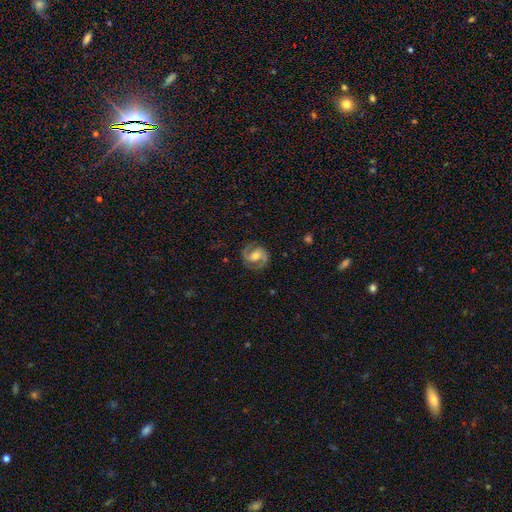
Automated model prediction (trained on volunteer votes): This appears to be a featured or disk galaxy (83%) with a weak bar (42%), 2 (92%) medium (55%) spiral arms (95%) and a moderate central bulge (67%). Merging: none (83%).